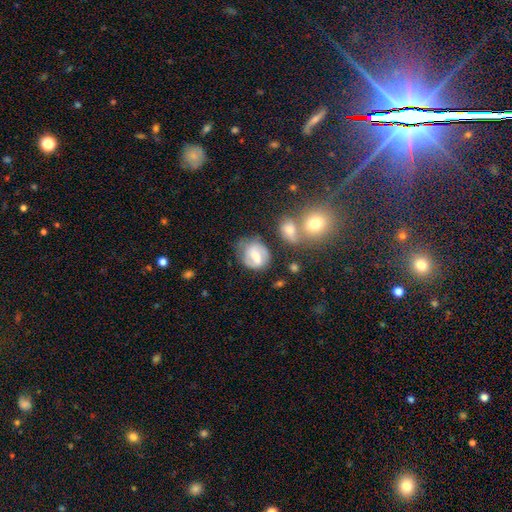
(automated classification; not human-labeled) This appears to be a featured or disk galaxy (52%). Merging: none (57%).